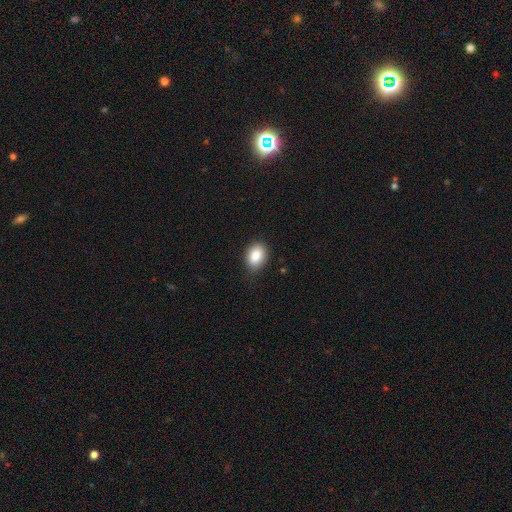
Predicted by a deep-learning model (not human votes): smooth 87%, star or artifact 8%, featured or disk 5%. Down the decision tree: how rounded — in between (77%); merging — none (79%).